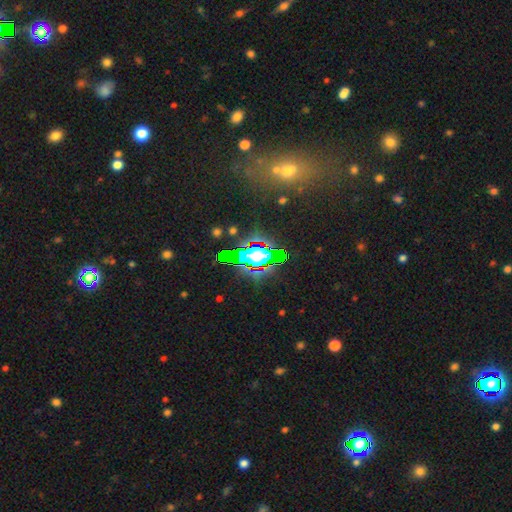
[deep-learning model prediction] Smooth or featured? star or artifact (59%)